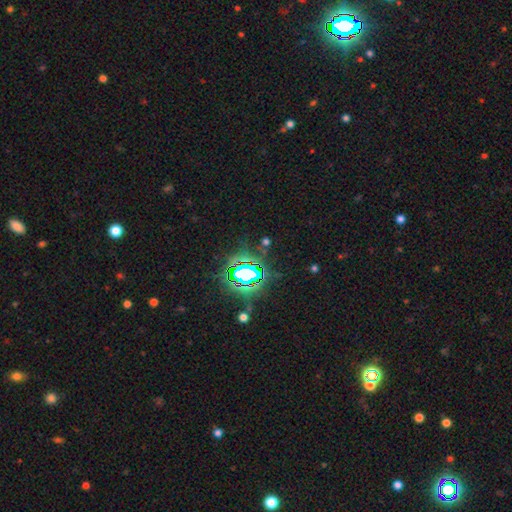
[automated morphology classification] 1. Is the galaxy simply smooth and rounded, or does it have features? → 82% star or artifact, 11% smooth, 7% featured or disk.